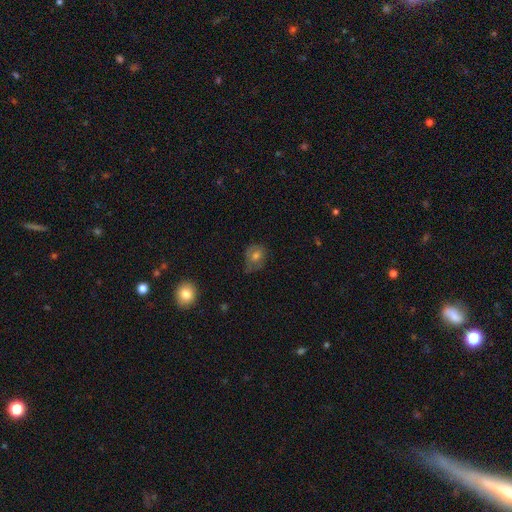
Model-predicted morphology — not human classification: smooth-or-featured: smooth: 63% | featured or disk: 25% | star or artifact: 12%
  how-rounded: round: 58% | in between: 41% | cigar-shaped: 1%
  merging: none: 55% | minor disturbance: 31% | major disturbance: 12% | merger: 2%